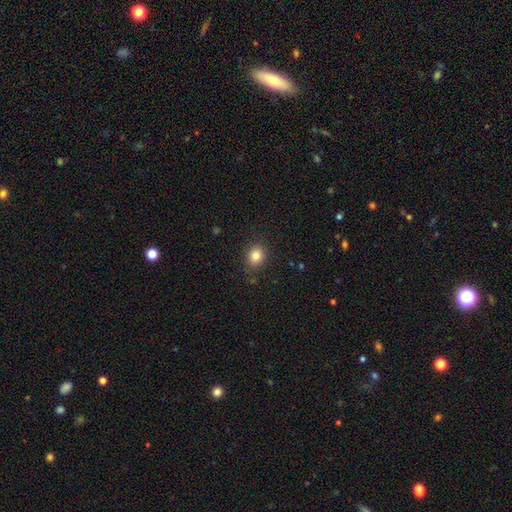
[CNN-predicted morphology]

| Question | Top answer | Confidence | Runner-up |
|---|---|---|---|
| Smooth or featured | smooth | 83% | star or artifact (11%) |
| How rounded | round | 61% | in between (38%) |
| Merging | none | 85% | minor disturbance (11%) |